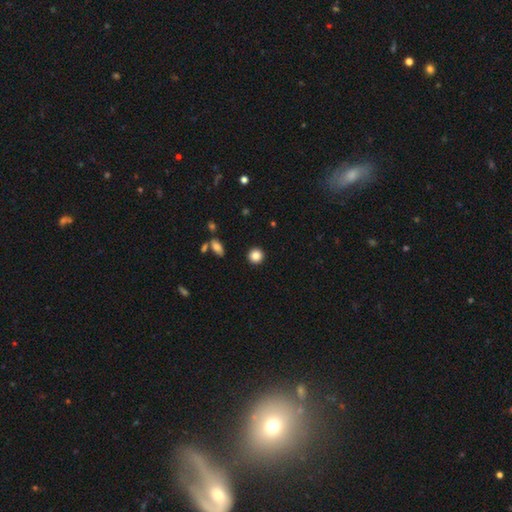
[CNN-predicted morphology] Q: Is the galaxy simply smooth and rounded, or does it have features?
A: smooth — 85%.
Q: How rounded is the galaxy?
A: round — 93%.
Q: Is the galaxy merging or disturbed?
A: none — 92%.